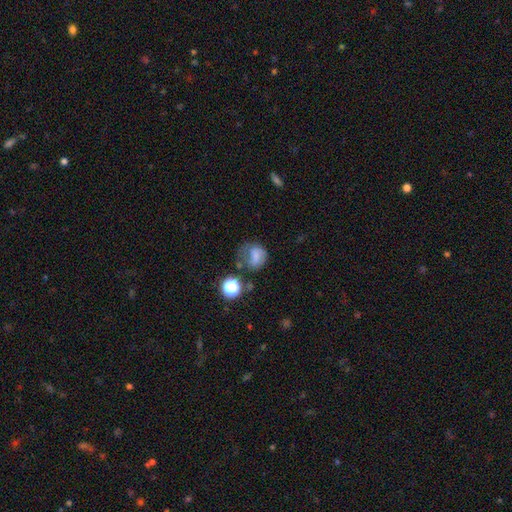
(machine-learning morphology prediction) This appears to be a smooth galaxy with no disk features (60%) that is round (65%). Merging: none (39%).